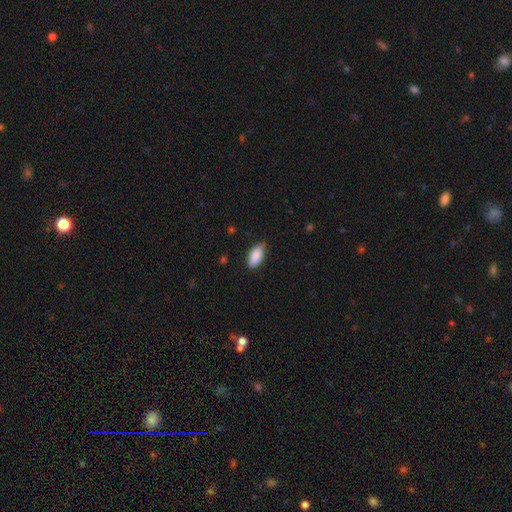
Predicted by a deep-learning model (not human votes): smooth 88%, star or artifact 6%, featured or disk 5%. Down the decision tree: how rounded — in between (90%); merging — none (72%).